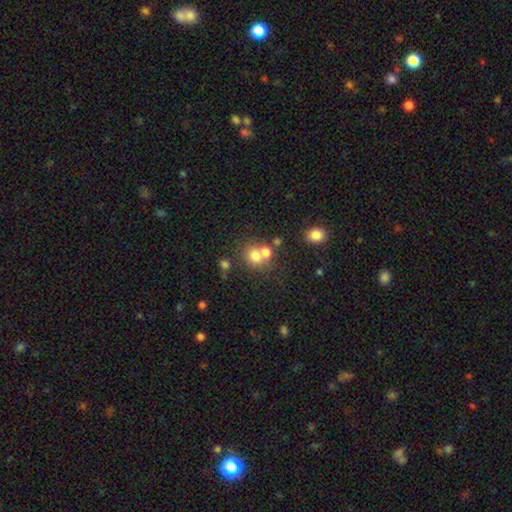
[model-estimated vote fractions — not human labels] This appears to be a smooth galaxy with no disk features (71%) that is round (78%). Merging: merger (45%).